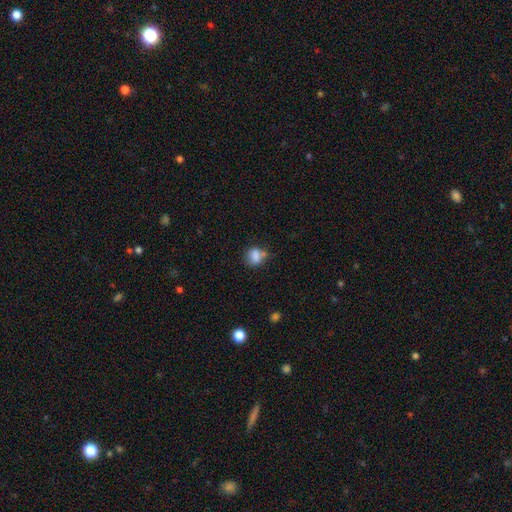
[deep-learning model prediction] Smooth or featured? smooth (80%)
How rounded? round (59%)
Merging? none (50%)